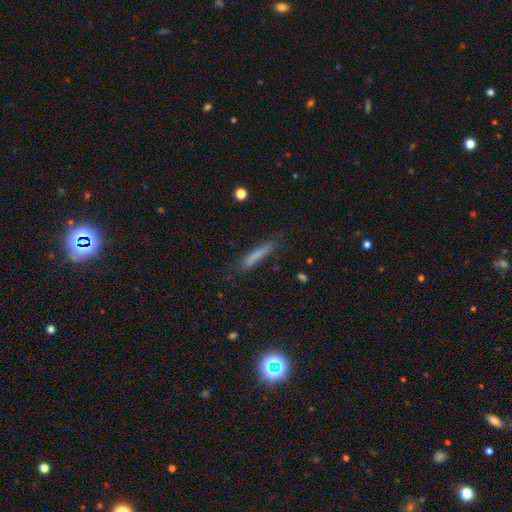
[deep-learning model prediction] Q: Smooth or featured?
A: smooth (73%); runner-up: featured or disk (18%)
Q: How rounded?
A: cigar-shaped (93%); runner-up: in between (6%)
Q: Merging?
A: none (78%); runner-up: minor disturbance (16%)